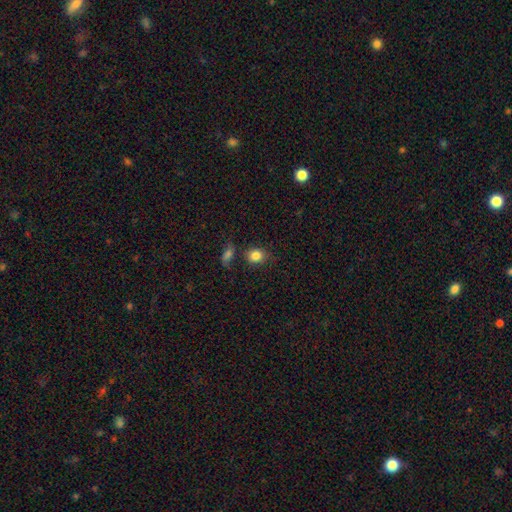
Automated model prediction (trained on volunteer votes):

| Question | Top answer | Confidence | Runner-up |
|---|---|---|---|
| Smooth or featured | smooth | 83% | star or artifact (10%) |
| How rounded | round | 62% | in between (37%) |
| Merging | none | 72% | minor disturbance (15%) |